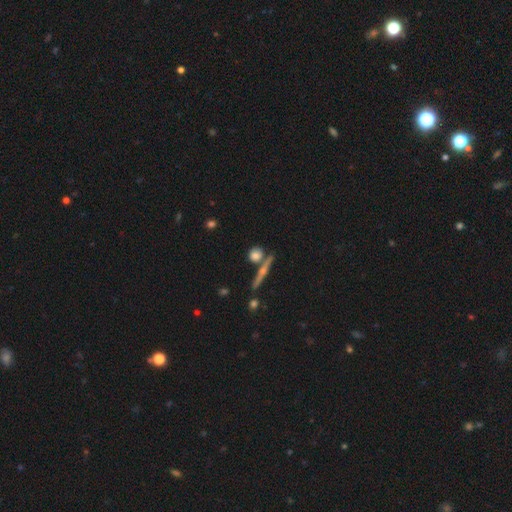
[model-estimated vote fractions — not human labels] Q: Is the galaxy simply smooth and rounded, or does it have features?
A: smooth — 67%.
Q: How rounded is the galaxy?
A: round — 71%.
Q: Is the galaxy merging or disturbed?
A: none — 69%.